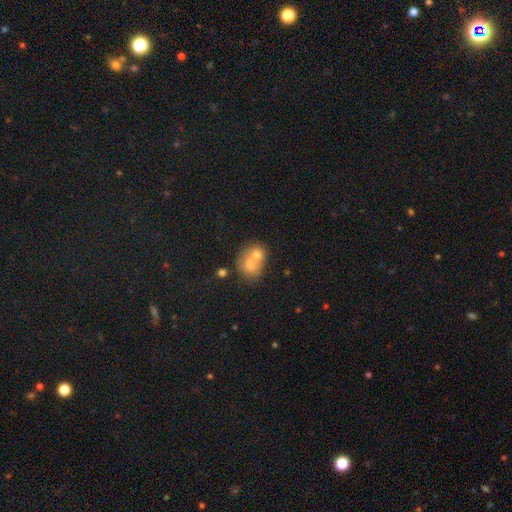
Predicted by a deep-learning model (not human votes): Smooth or featured? smooth (65%)
How rounded? round (64%)
Merging? merger (65%)